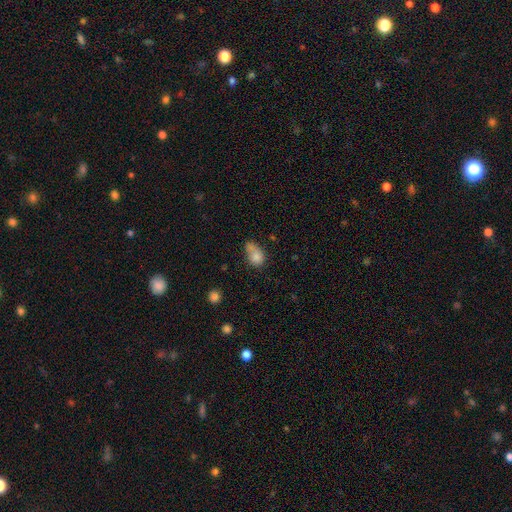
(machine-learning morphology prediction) Smooth or featured? smooth (79%)
How rounded? in between (67%)
Merging? none (30%)